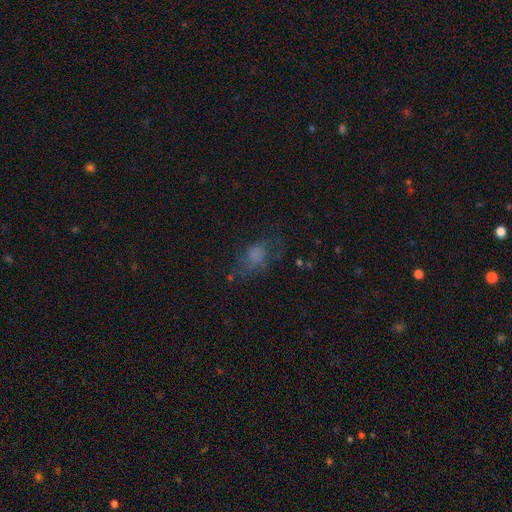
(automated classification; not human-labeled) Morphology: type=smooth (60%); roundness=in between (69%); merging=none (50%).